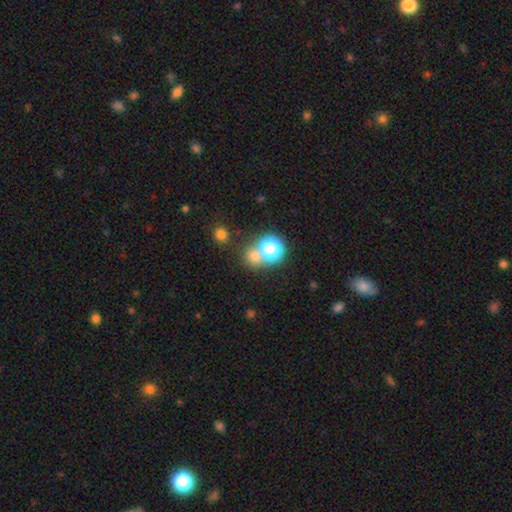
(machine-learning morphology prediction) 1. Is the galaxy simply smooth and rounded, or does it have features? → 63% smooth, 29% star or artifact, 8% featured or disk.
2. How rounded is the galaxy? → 85% round, 14% in between, 1% cigar-shaped.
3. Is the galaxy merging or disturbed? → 62% none, 27% merger, 7% minor disturbance, 4% major disturbance.